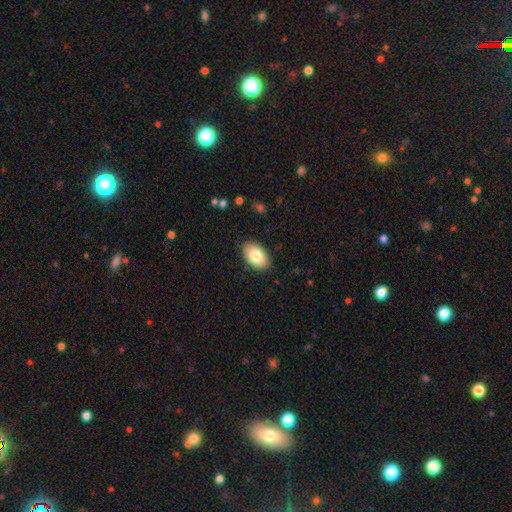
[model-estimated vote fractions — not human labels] Smooth or featured? smooth (82%)
How rounded? in between (93%)
Merging? none (88%)